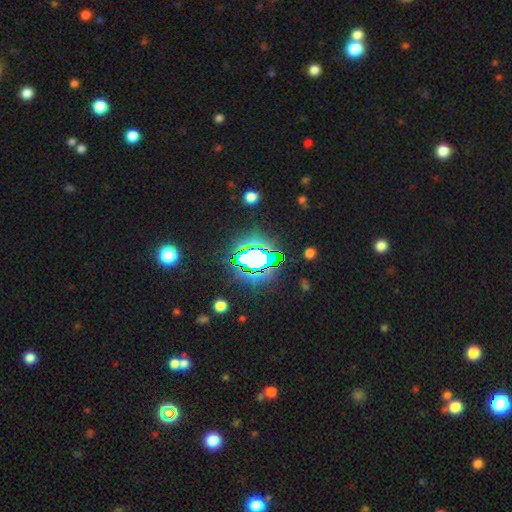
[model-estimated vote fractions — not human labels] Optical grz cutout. It shows a star or artifact, not a galaxy (67%).